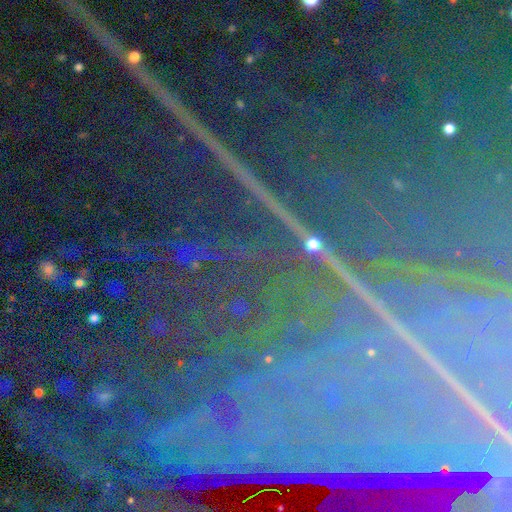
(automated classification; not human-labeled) A star or artifact, not a galaxy (85%).

Vote fractions:
- Smooth or featured? star or artifact: 85% / featured or disk: 9% / smooth: 5%